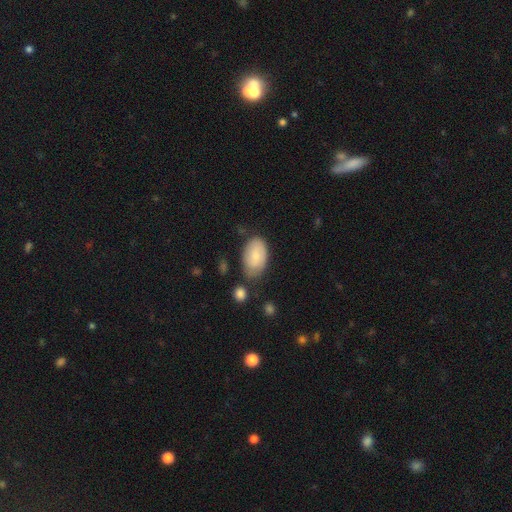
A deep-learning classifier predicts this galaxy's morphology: A smooth galaxy with no disk features (73%) that is in between round and cigar-shaped (93%).

Vote fractions:
- Smooth or featured? smooth: 73% / featured or disk: 21% / star or artifact: 6%
- How rounded? in between: 93% / round: 6% / cigar-shaped: 1%
- Merging? none: 63% / minor disturbance: 24% / major disturbance: 7% / merger: 6%